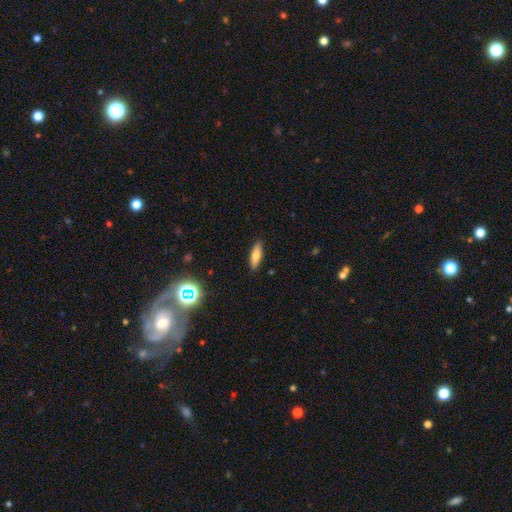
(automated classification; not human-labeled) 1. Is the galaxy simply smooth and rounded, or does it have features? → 71% smooth, 21% featured or disk, 9% star or artifact.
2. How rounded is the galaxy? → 55% cigar-shaped, 43% in between, 2% round.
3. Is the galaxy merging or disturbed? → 89% none, 8% minor disturbance, 2% major disturbance, 1% merger.